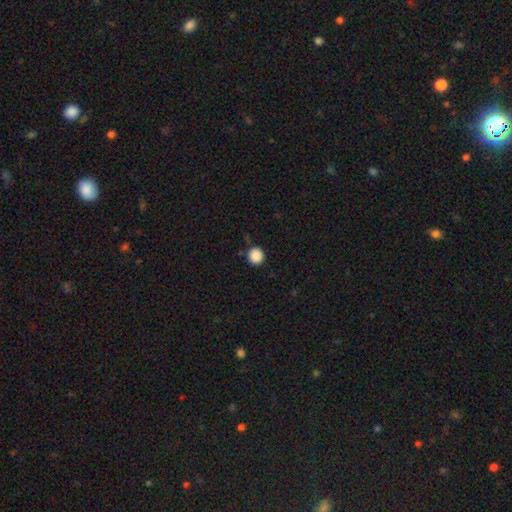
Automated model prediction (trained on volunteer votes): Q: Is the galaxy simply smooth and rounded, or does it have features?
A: smooth — 88%.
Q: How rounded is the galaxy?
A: round — 92%.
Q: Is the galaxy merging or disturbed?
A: none — 88%.